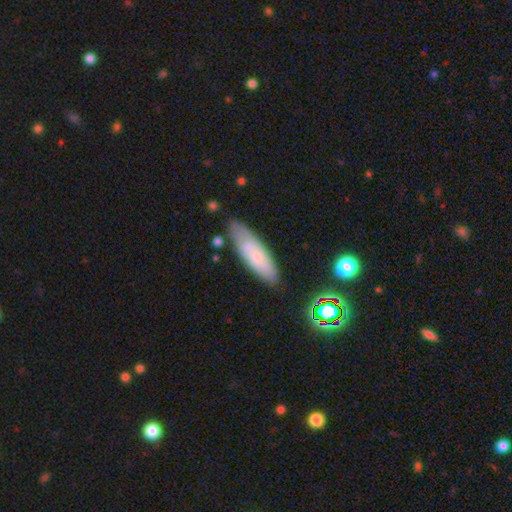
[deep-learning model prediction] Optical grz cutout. It shows a smooth galaxy with no disk features (66%) that is cigar-shaped (52%). Merging: none (76%).